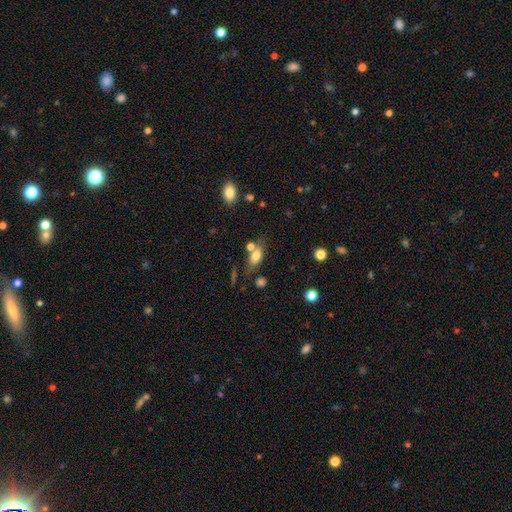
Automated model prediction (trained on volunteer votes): smooth-or-featured: smooth: 70% | featured or disk: 20% | star or artifact: 10%
  how-rounded: in between: 82% | cigar-shaped: 10% | round: 8%
  merging: none: 51% | merger: 24% | minor disturbance: 17% | major disturbance: 8%